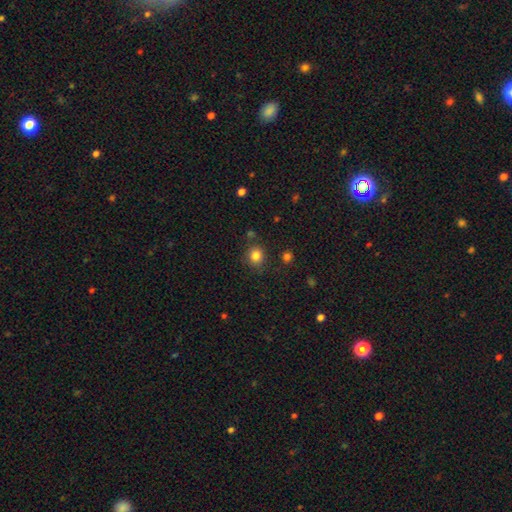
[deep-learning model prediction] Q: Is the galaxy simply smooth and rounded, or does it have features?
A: smooth — 82%.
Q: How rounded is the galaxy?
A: round — 80%.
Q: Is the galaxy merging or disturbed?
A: none — 82%.